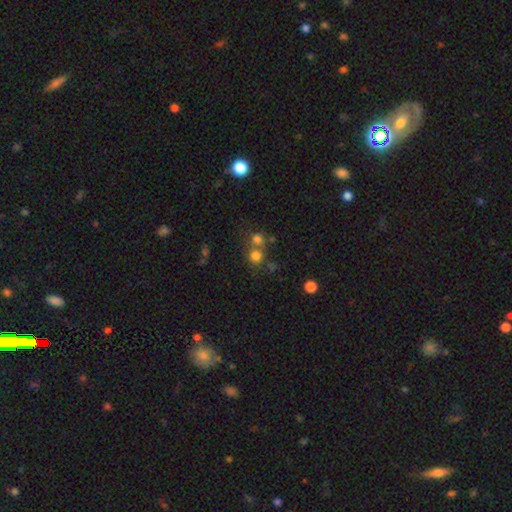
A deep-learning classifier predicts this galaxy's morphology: A smooth galaxy with no disk features (72%) that is round (88%). Merging: none (54%).